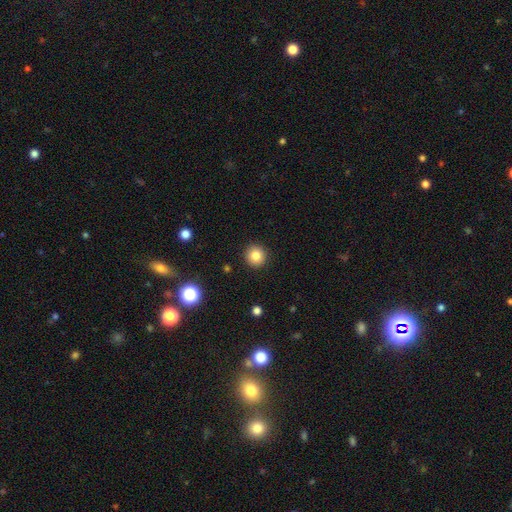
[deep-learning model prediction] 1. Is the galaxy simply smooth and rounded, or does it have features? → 82% smooth, 11% star or artifact, 7% featured or disk.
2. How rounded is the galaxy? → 94% round, 5% in between, 1% cigar-shaped.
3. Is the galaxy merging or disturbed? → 92% none, 5% minor disturbance, 2% major disturbance, 1% merger.